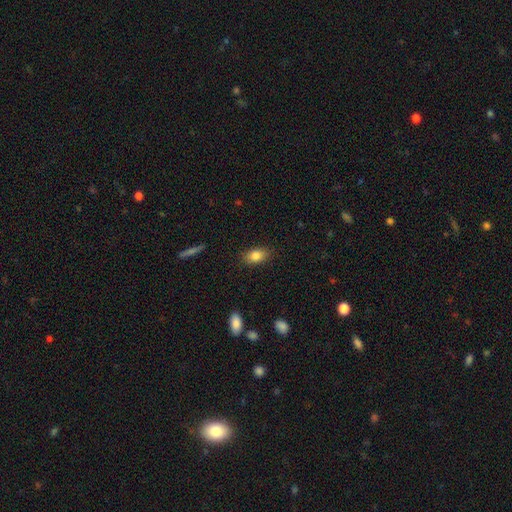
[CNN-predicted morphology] smooth 83%, featured or disk 9%, star or artifact 8%. Down the decision tree: how rounded — in between (85%); merging — none (85%).